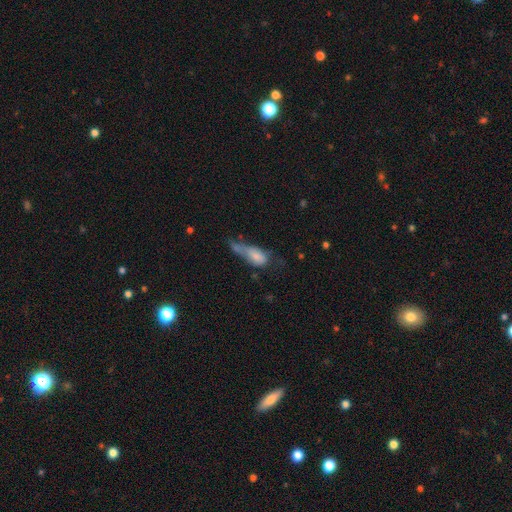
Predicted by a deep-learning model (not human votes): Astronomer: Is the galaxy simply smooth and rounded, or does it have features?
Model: smooth — 70%.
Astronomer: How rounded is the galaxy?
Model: in between — 79%.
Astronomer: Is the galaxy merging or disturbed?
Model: major disturbance — 36% (runner-up: merger, 24%).